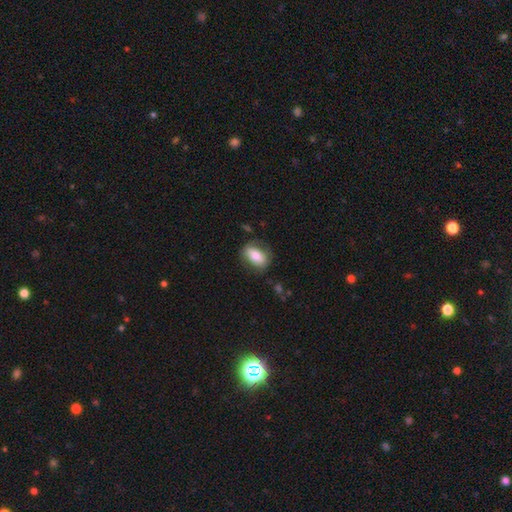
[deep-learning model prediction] Smooth or featured? Predicted: smooth (p=0.69). How rounded? Predicted: in between (p=0.84). Merging? Predicted: none (p=0.74).